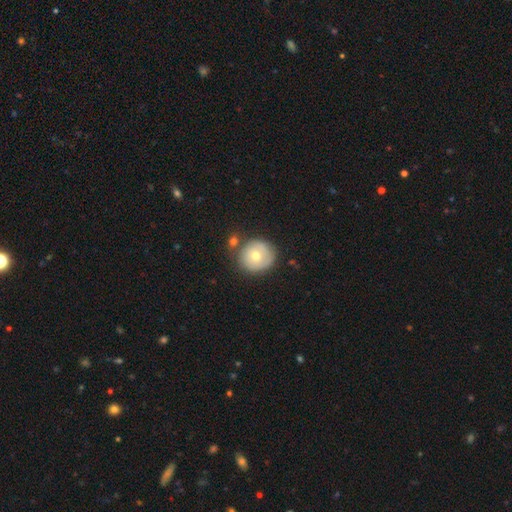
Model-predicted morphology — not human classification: A smooth galaxy with no disk features (64%) that is round (91%).

Vote fractions:
- Smooth or featured? smooth: 64% / featured or disk: 27% / star or artifact: 8%
- How rounded? round: 91% / in between: 8% / cigar-shaped: 1%
- Merging? none: 70% / minor disturbance: 15% / merger: 11% / major disturbance: 4%